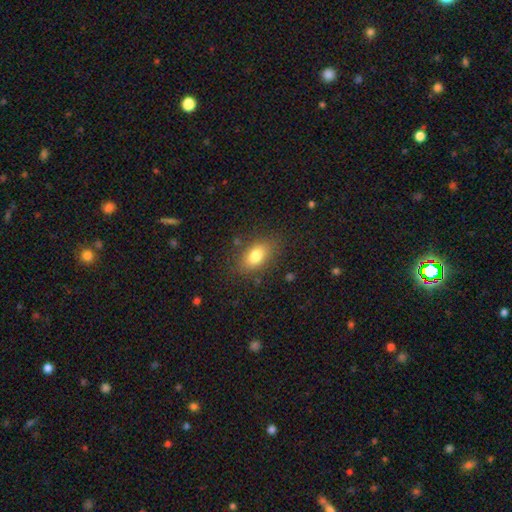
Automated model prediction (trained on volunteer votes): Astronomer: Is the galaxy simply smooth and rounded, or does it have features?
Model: smooth — 79%.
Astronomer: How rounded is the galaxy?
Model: in between — 85%.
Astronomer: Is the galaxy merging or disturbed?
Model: none — 81%.